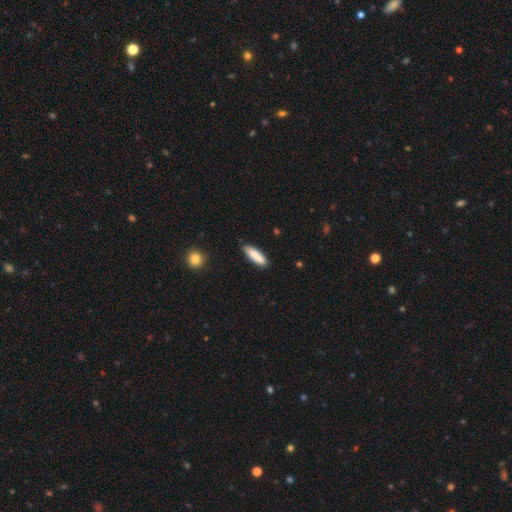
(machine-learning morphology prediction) Smooth or featured: smooth — 86% (featured or disk — 9%)
How rounded: cigar-shaped — 60% (in between — 38%)
Merging: none — 85% (minor disturbance — 12%)